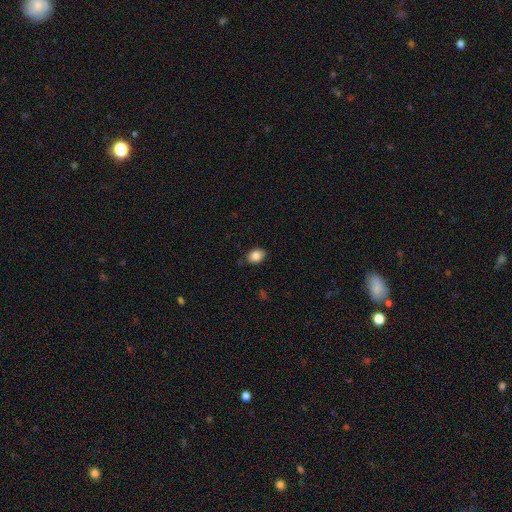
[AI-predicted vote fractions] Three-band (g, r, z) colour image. It shows a smooth galaxy with no disk features (85%) that is in between round and cigar-shaped (72%). Merging: none (82%).